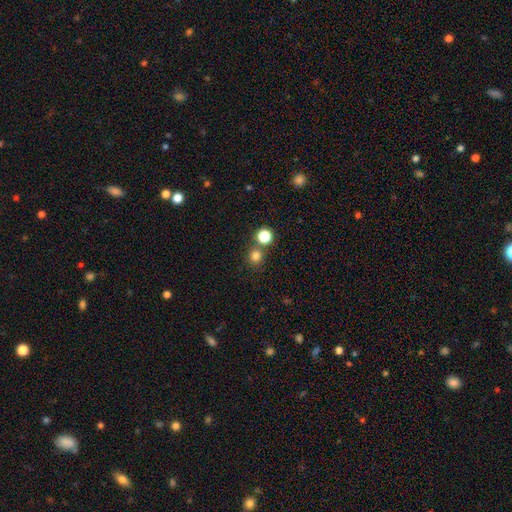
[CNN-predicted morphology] A smooth galaxy with no disk features (78%) that is round (92%).

Vote fractions:
- Smooth or featured? smooth: 78% / star or artifact: 16% / featured or disk: 5%
- How rounded? round: 92% / in between: 7% / cigar-shaped: 1%
- Merging? none: 72% / merger: 19% / minor disturbance: 6% / major disturbance: 3%